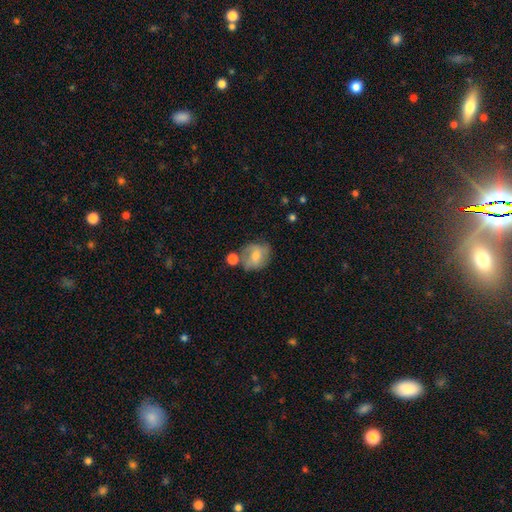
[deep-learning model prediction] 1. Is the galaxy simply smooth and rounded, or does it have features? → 50% smooth, 41% featured or disk, 9% star or artifact.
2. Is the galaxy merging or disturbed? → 53% none, 22% minor disturbance, 17% merger, 9% major disturbance.